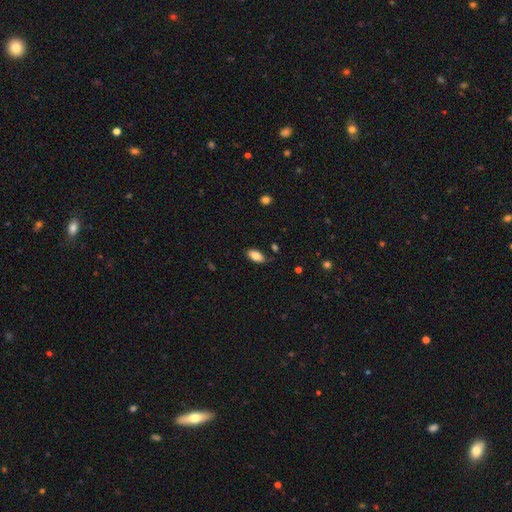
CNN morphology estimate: smooth-or-featured: smooth: 83% | featured or disk: 9% | star or artifact: 7%
  how-rounded: in between: 92% | cigar-shaped: 6% | round: 2%
  merging: none: 83% | minor disturbance: 12% | major disturbance: 2% | merger: 2%